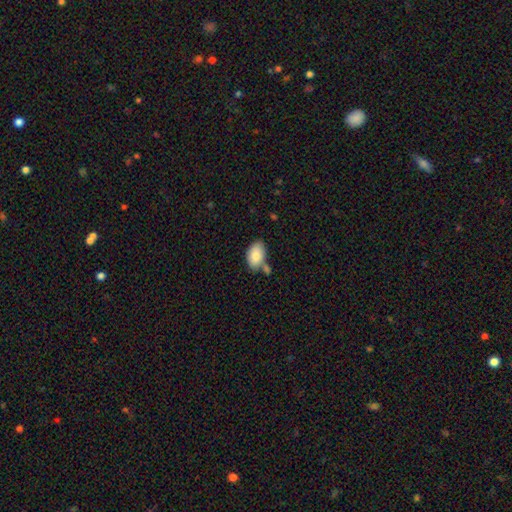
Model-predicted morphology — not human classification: Overall: smooth (83%). How rounded: in between (92%). Merging: none (59%; minor disturbance 19%).